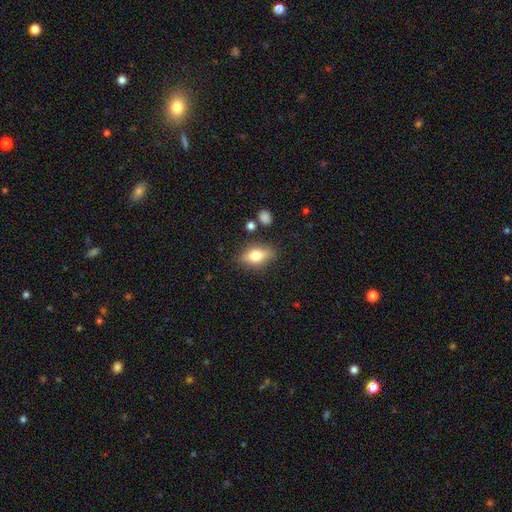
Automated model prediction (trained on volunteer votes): Smooth or featured?
  - smooth: 63% *
  - featured or disk: 28%
  - star or artifact: 9%
How rounded?
  - in between: 79% *
  - round: 12%
  - cigar-shaped: 10%
Merging?
  - none: 81% *
  - minor disturbance: 13%
  - major disturbance: 3%
  - merger: 3%